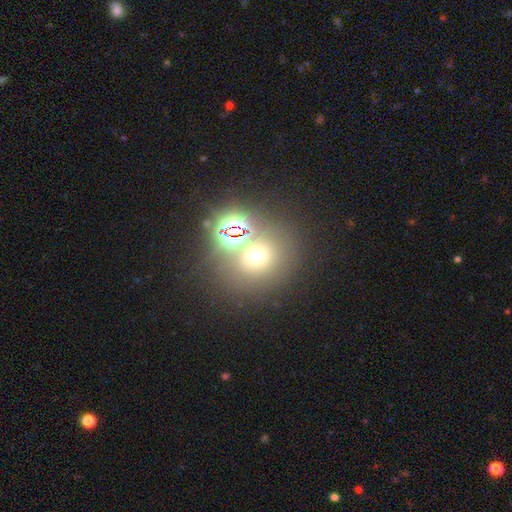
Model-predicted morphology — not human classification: smooth_or_featured: smooth (p=0.50) [alt: star or artifact p=0.37]
how_rounded: round (p=0.81) [alt: in between p=0.18]
merging: none (p=0.63) [alt: merger p=0.23]